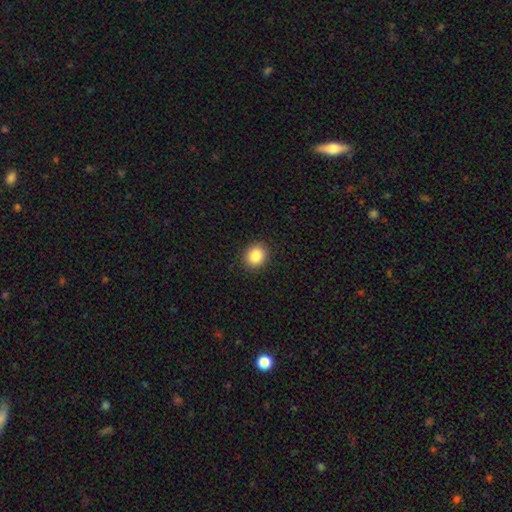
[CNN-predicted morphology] This appears to be a smooth galaxy with no disk features (86%) that is round (74%). Merging: none (91%).